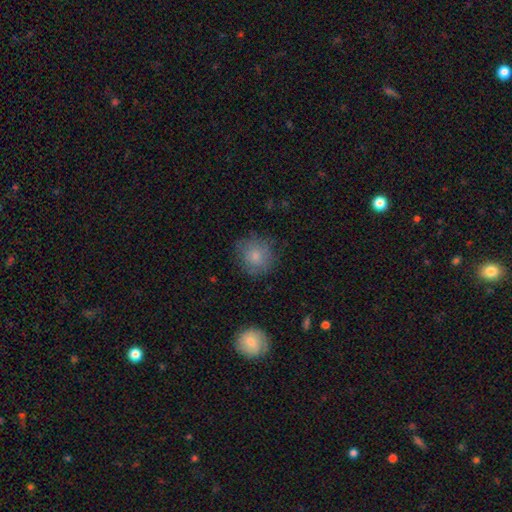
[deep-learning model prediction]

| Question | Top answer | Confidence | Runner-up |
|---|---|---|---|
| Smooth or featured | smooth | 81% | featured or disk (10%) |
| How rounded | round | 87% | in between (12%) |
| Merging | none | 78% | minor disturbance (16%) |